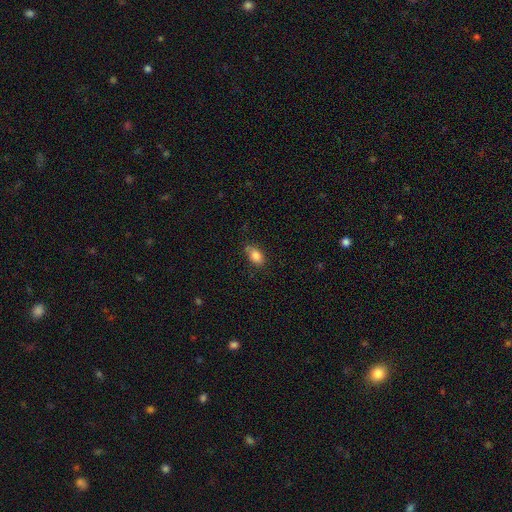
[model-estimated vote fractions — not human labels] This appears to be a smooth galaxy with no disk features (85%) that is in between round and cigar-shaped (87%). Merging: none (69%).